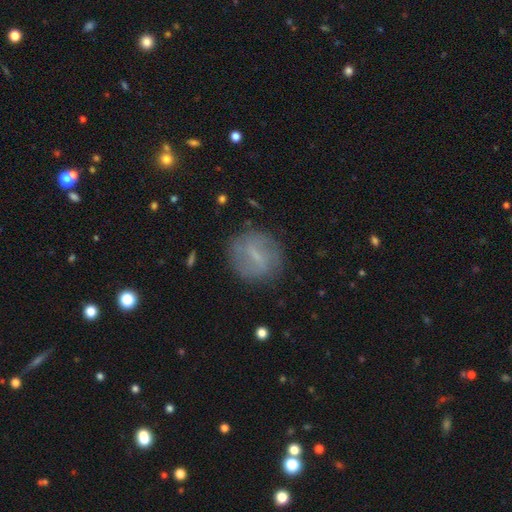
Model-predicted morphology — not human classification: A featured or disk galaxy (52%).

Vote fractions:
- Smooth or featured? featured or disk: 52% / smooth: 40% / star or artifact: 9%
- Edge-on disk? no: 92% / yes: 8%
- Merging? none: 82% / minor disturbance: 12% / major disturbance: 5% / merger: 2%